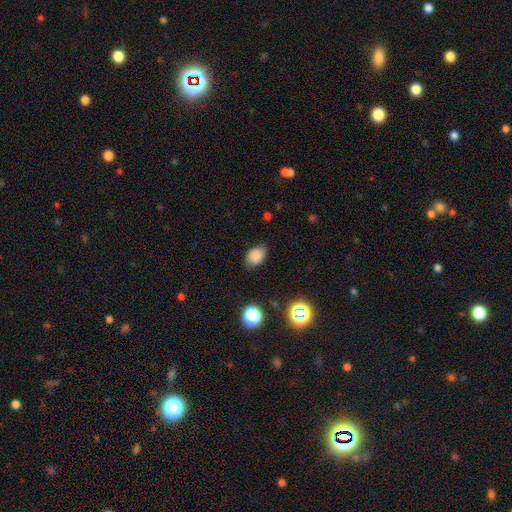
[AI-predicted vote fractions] This is clearly a smooth galaxy (83%). How rounded: likely in between (75%). Merging: likely none (79%).